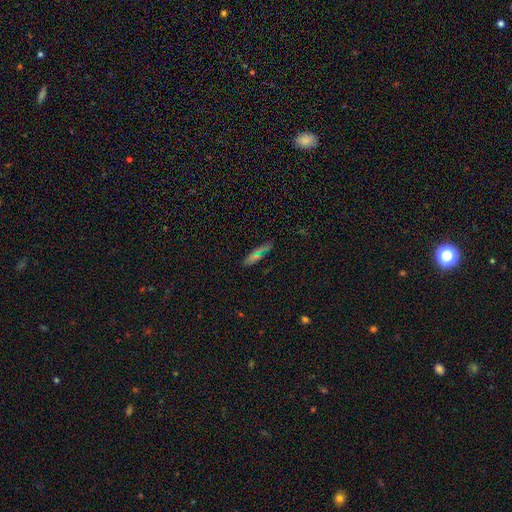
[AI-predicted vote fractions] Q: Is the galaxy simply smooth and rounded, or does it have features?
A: smooth — 50%.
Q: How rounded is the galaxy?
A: cigar-shaped — 69%.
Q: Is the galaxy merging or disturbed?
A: none — 82%.